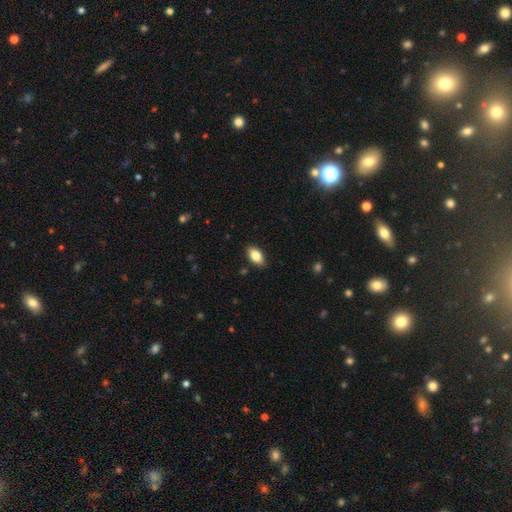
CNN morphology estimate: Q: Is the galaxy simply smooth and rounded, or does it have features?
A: smooth — 84%.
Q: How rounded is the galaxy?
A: in between — 92%.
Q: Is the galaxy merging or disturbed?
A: none — 88%.